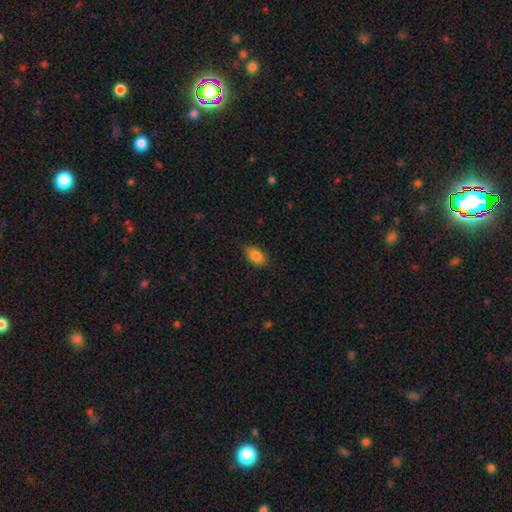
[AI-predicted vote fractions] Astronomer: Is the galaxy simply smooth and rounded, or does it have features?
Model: smooth — 86%.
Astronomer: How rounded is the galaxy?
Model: in between — 91%.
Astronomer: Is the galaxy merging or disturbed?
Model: none — 84%.